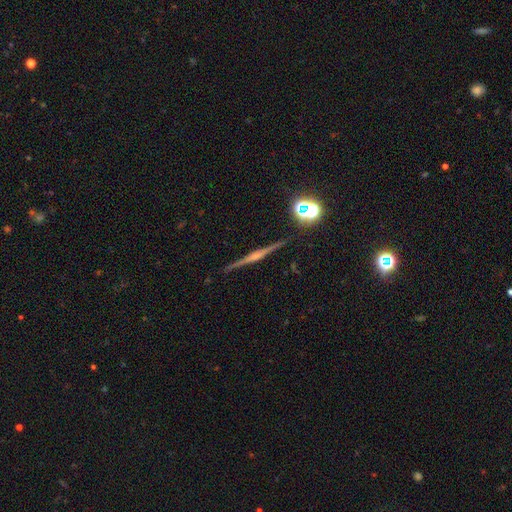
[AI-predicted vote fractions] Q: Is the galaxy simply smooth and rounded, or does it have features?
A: featured or disk — 75%.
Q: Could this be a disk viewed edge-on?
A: yes — 98%.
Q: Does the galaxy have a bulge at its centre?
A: rounded — 68%.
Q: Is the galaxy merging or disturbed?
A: none — 91%.